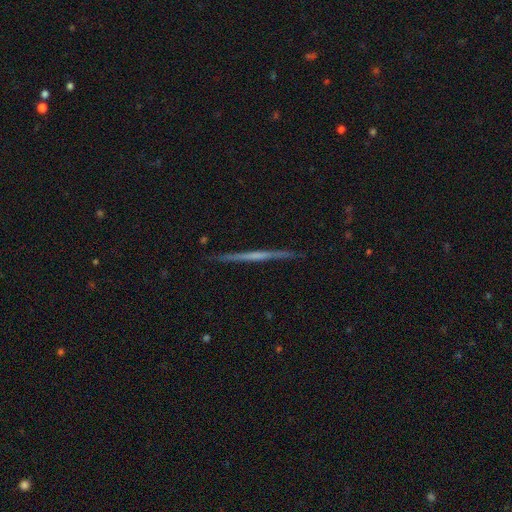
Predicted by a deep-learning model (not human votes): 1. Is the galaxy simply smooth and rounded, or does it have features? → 67% featured or disk, 27% smooth, 6% star or artifact.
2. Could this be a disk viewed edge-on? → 98% yes, 2% no.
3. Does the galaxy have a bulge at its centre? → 78% none, 15% rounded, 7% boxy.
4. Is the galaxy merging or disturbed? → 91% none, 6% minor disturbance, 1% major disturbance, 1% merger.